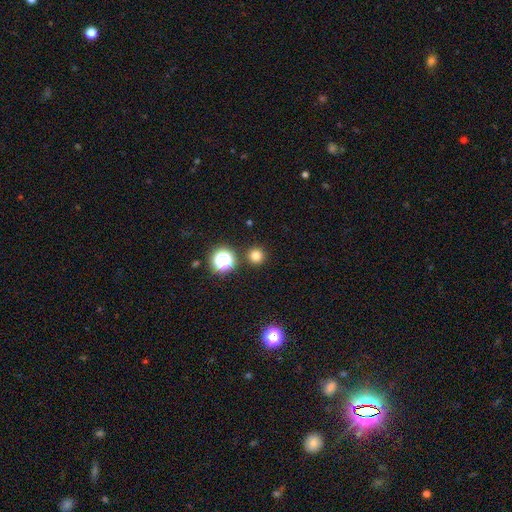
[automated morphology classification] Smooth or featured? smooth (77%)
How rounded? round (96%)
Merging? none (91%)